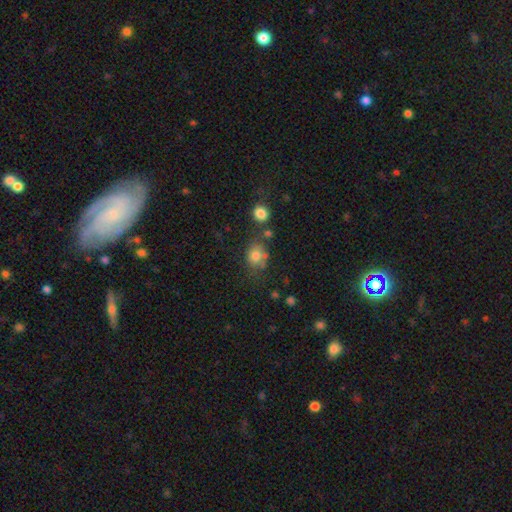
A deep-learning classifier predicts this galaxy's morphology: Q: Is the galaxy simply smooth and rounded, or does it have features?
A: smooth — 76%.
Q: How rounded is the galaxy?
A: round — 54%.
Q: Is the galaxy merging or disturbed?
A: none — 55%.